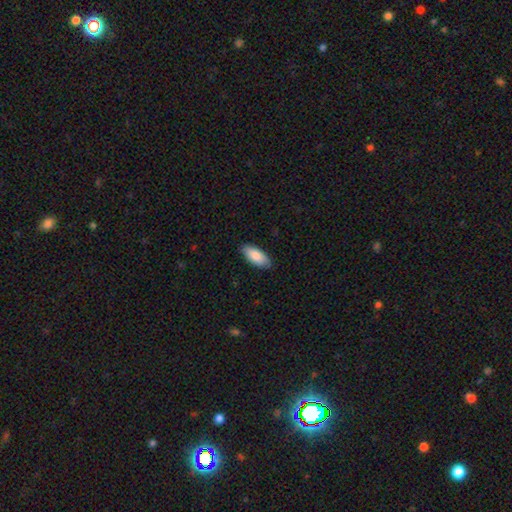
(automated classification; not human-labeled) A smooth galaxy with no disk features (86%) that is in between round and cigar-shaped (86%).

Vote fractions:
- Smooth or featured? smooth: 86% / featured or disk: 9% / star or artifact: 5%
- How rounded? in between: 86% / cigar-shaped: 12% / round: 2%
- Merging? none: 86% / minor disturbance: 11% / major disturbance: 2% / merger: 1%